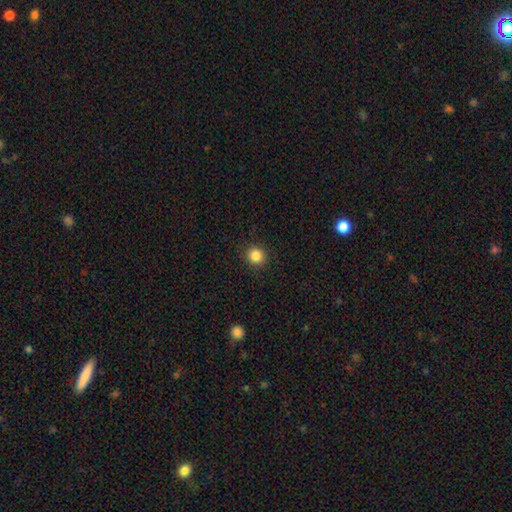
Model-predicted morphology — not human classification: Q: Smooth or featured?
A: smooth (85%); runner-up: star or artifact (11%)
Q: How rounded?
A: round (89%); runner-up: in between (10%)
Q: Merging?
A: none (91%); runner-up: minor disturbance (6%)